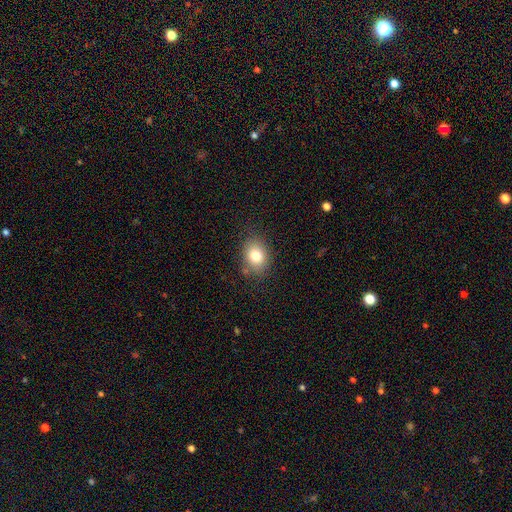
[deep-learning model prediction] This appears to be a smooth galaxy with no disk features (79%) that is in between round and cigar-shaped (60%). Merging: none (81%).